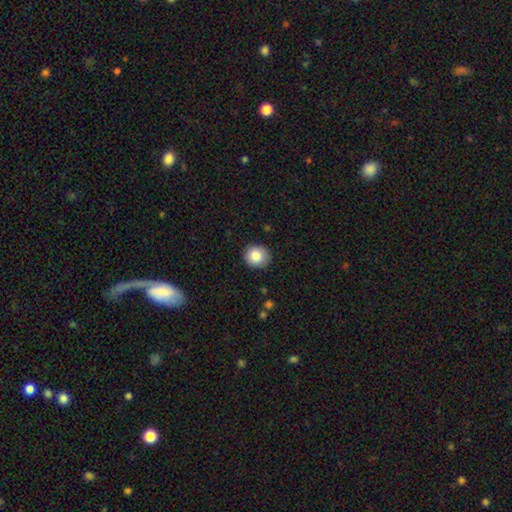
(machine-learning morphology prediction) The model was most divided on "how rounded": round: 88%, in between: 12%, cigar-shaped: 1%. More confident: merging — none (90%); smooth or featured — smooth (85%).